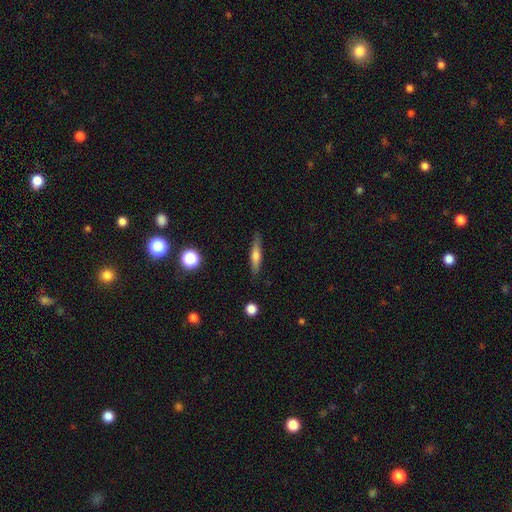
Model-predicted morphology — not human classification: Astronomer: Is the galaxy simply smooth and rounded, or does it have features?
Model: smooth — 59% (runner-up: featured or disk, 34%).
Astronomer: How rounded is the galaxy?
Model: cigar-shaped — 79%.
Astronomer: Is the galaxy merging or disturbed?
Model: none — 85%.